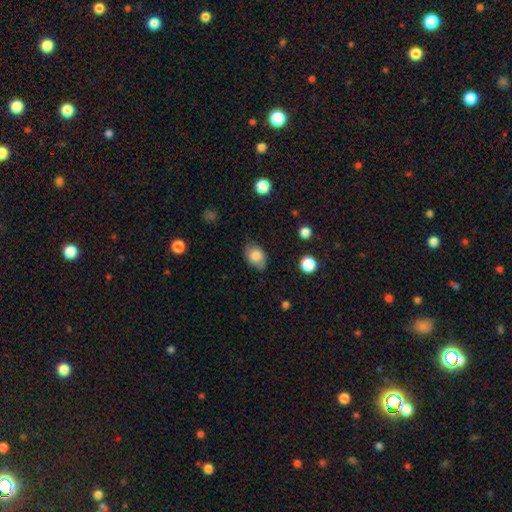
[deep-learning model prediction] Smooth or featured?
  - smooth: 78% *
  - featured or disk: 15%
  - star or artifact: 8%
How rounded?
  - in between: 74% *
  - round: 25%
  - cigar-shaped: 1%
Merging?
  - none: 69% *
  - minor disturbance: 24%
  - major disturbance: 5%
  - merger: 2%